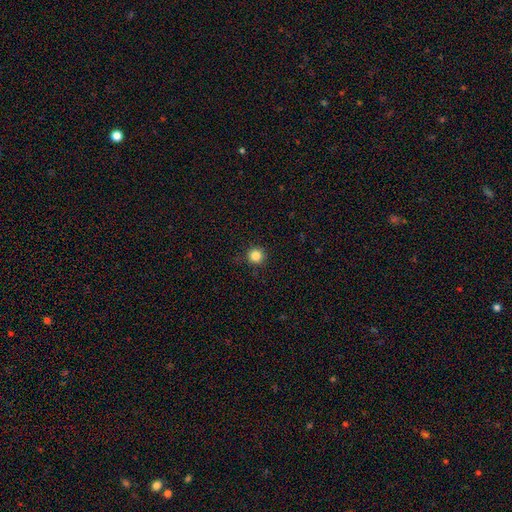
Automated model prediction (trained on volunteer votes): A smooth galaxy with no disk features (84%) that is round (95%). Merging: none (90%).